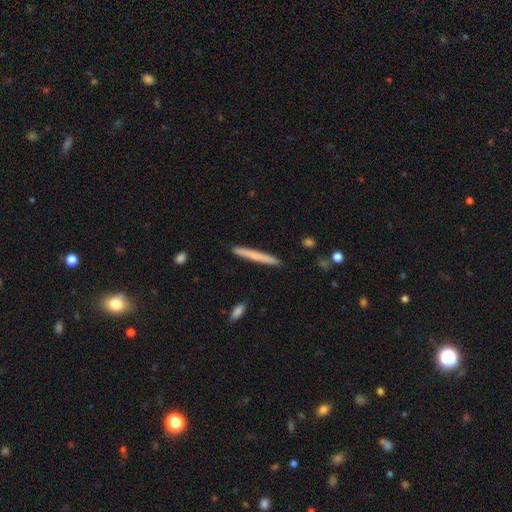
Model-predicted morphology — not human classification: This is likely a smooth galaxy (68%). How rounded: clearly cigar-shaped (97%). Merging: clearly none (92%).